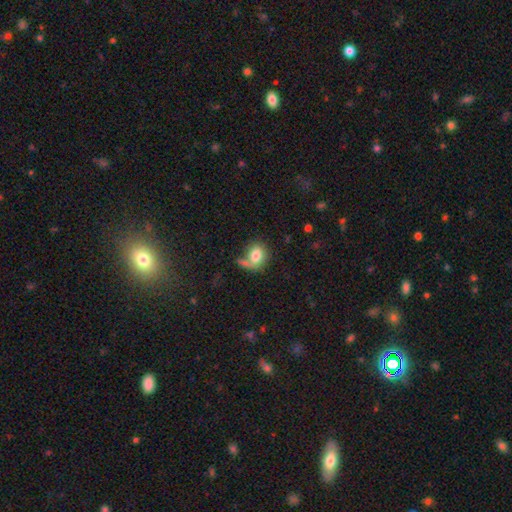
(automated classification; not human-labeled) Q: Smooth or featured?
A: smooth (77%); runner-up: featured or disk (14%)
Q: How rounded?
A: in between (54%); runner-up: round (44%)
Q: Merging?
A: none (44%); runner-up: merger (24%)